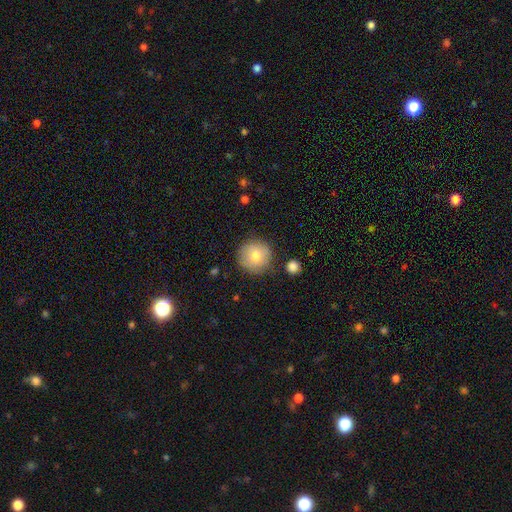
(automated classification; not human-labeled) Smooth or featured: smooth — 72% (featured or disk — 20%)
How rounded: round — 94% (in between — 5%)
Merging: none — 81% (minor disturbance — 13%)